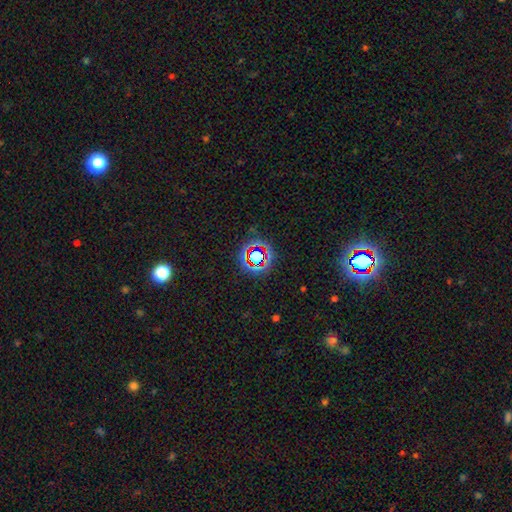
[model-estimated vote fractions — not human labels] A star or artifact, not a galaxy (66%).